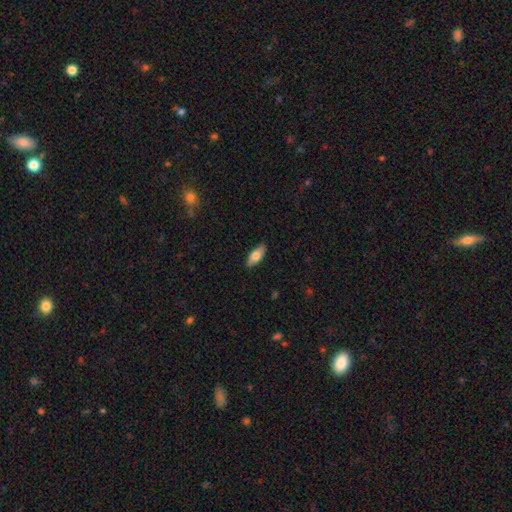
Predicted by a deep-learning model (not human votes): A smooth galaxy with no disk features (71%) that is in between round and cigar-shaped (83%). Merging: none (88%).